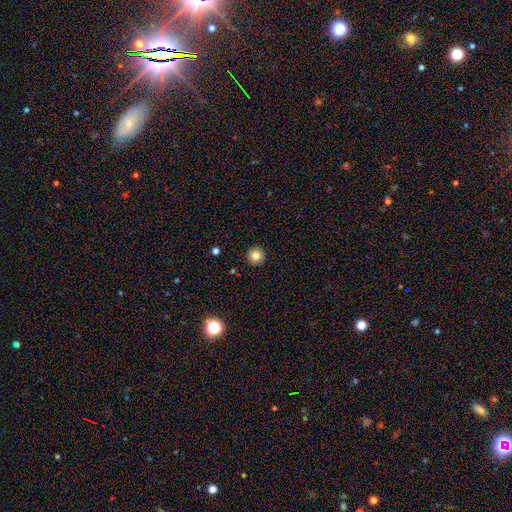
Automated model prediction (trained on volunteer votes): A smooth galaxy with no disk features (81%) that is round (96%). Merging: none (92%).